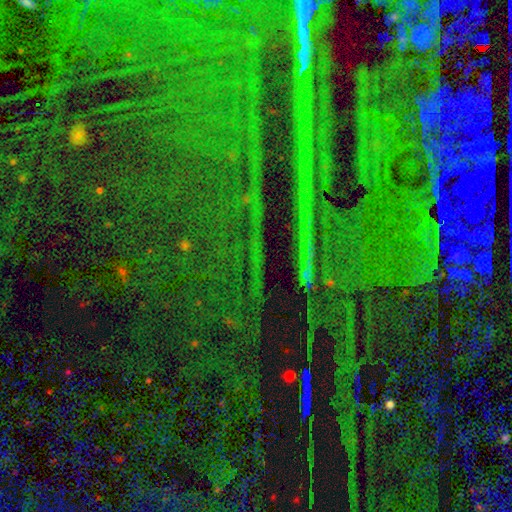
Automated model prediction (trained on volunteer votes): A star or artifact, not a galaxy (84%).

Vote fractions:
- Smooth or featured? star or artifact: 84% / featured or disk: 8% / smooth: 8%